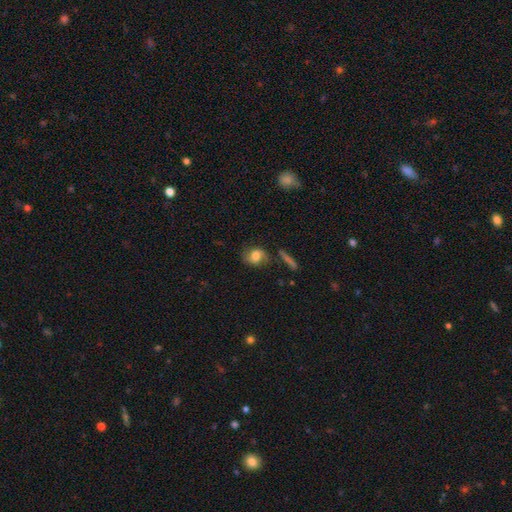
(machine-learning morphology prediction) smooth_or_featured: smooth (p=0.58) [alt: featured or disk p=0.33]
how_rounded: in between (p=0.53) [alt: round p=0.44]
merging: none (p=0.66) [alt: minor disturbance p=0.20]